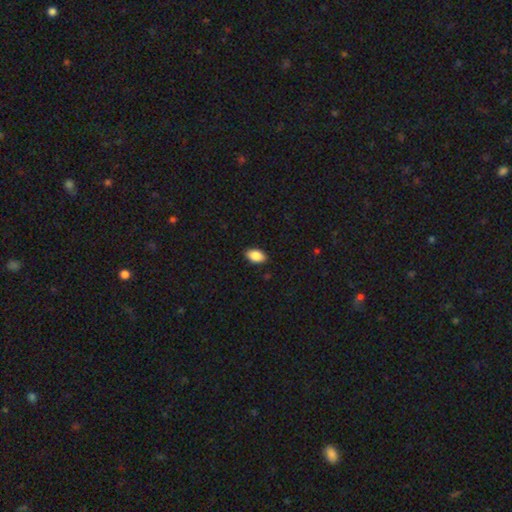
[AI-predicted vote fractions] The model was most divided on "merging": none: 88%, minor disturbance: 9%, major disturbance: 2%, merger: 1%. More confident: how rounded — in between (92%); smooth or featured — smooth (88%).